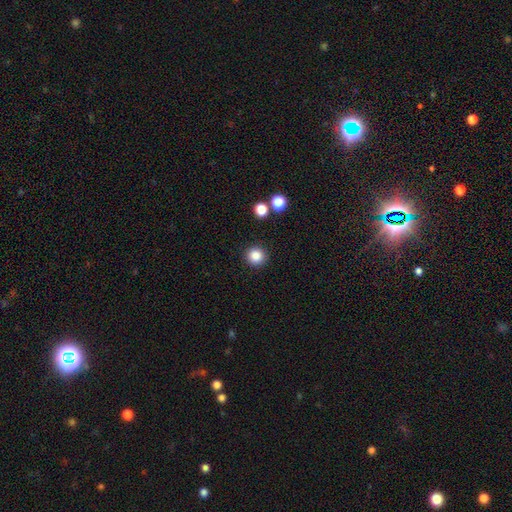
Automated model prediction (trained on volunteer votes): A smooth galaxy with no disk features (85%) that is round (94%).

Vote fractions:
- Smooth or featured? smooth: 85% / star or artifact: 11% / featured or disk: 4%
- How rounded? round: 94% / in between: 5% / cigar-shaped: 1%
- Merging? none: 91% / minor disturbance: 5% / major disturbance: 2% / merger: 2%